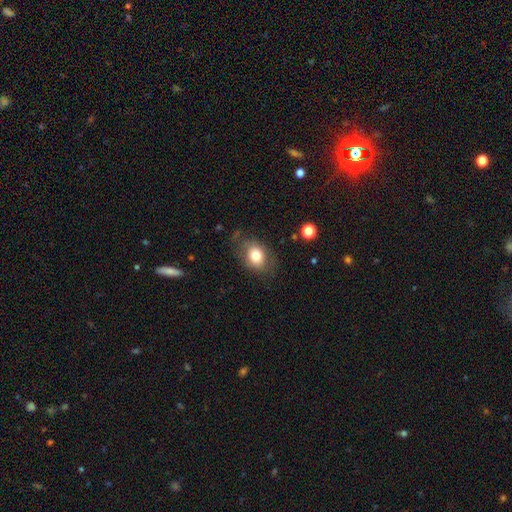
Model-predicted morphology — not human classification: This is likely a smooth galaxy (77%). How rounded: likely in between (61%). Merging: likely none (72%).